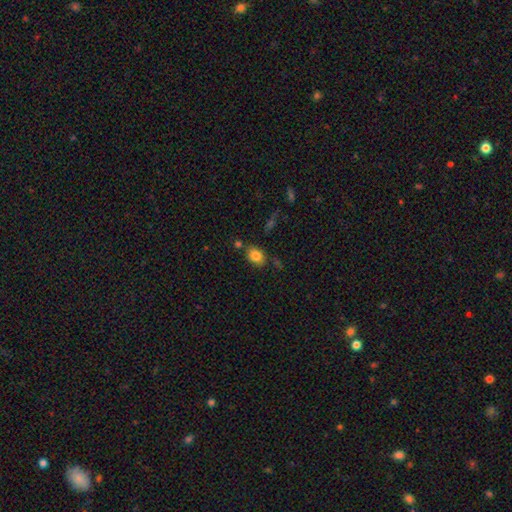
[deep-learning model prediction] Q: Smooth or featured?
A: smooth (83%); runner-up: star or artifact (10%)
Q: How rounded?
A: in between (71%); runner-up: round (28%)
Q: Merging?
A: none (73%); runner-up: minor disturbance (15%)